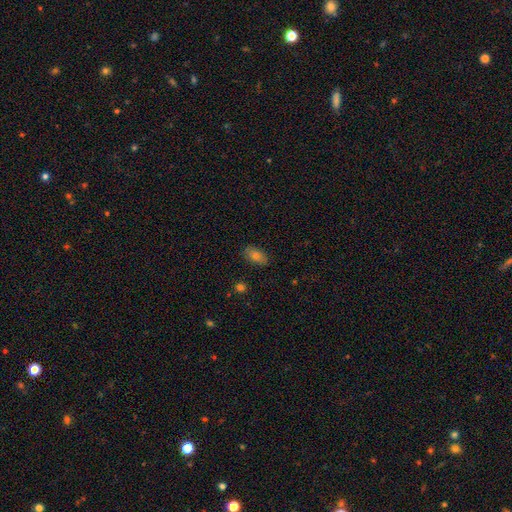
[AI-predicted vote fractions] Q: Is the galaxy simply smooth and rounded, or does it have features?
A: smooth — 77%.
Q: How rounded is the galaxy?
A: in between — 89%.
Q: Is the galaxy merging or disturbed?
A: none — 85%.